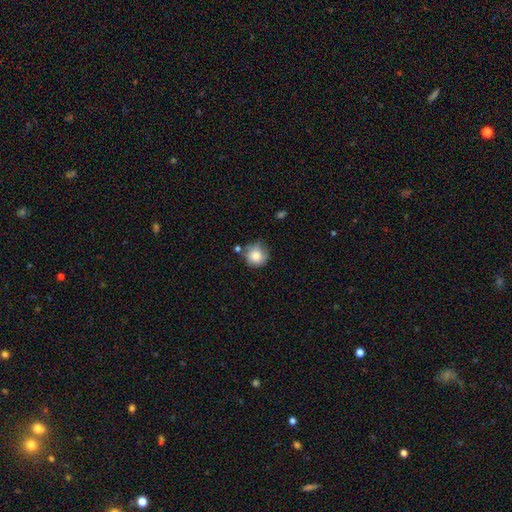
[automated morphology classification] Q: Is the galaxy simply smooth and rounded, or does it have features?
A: smooth — 83%.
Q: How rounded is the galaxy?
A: round — 92%.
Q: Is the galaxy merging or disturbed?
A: none — 68%.